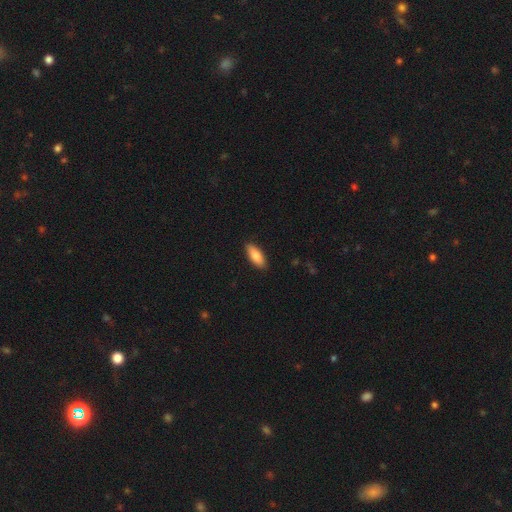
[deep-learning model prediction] Morphology: type=smooth (84%); roundness=in between (75%); merging=none (88%).